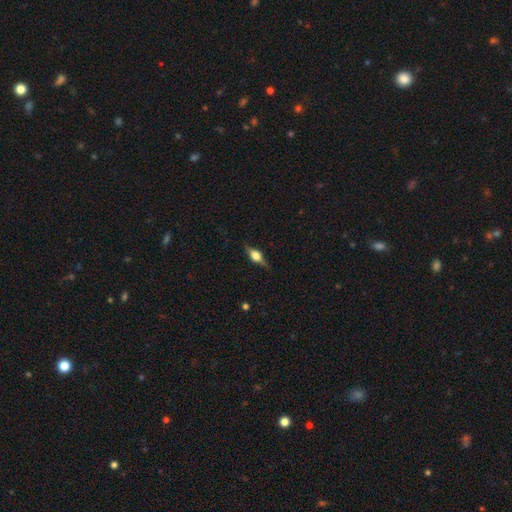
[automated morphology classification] The model was most divided on "smooth or featured": featured or disk: 63%, smooth: 29%, star or artifact: 8%. More confident: edge-on disk — yes (96%); edge-on bulge — rounded (91%); merging — none (82%).